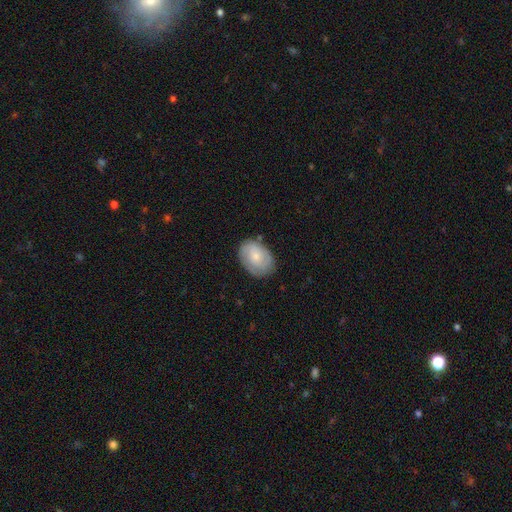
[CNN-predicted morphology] This is likely a smooth galaxy (61%). How rounded: likely in between (78%). Merging: likely none (74%).